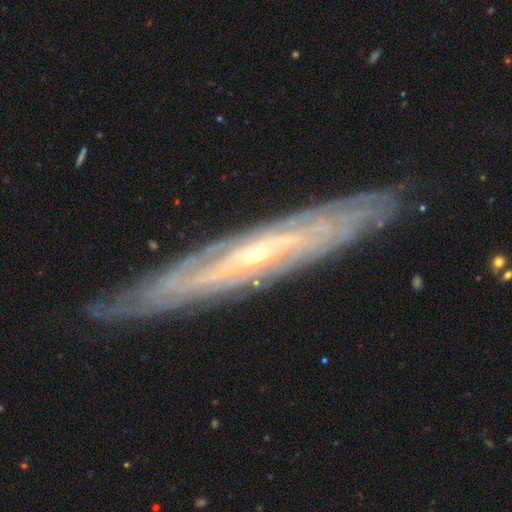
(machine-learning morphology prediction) featured or disk 83%, smooth 10%, star or artifact 7%. Down the decision tree: edge-on disk — yes (56%); merging — none (84%).